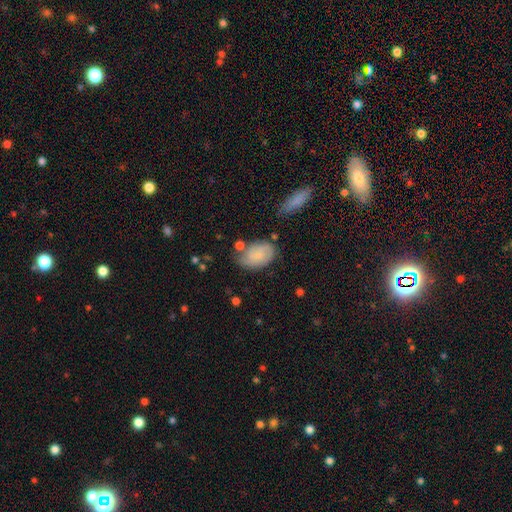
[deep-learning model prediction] Overall: smooth (65%; featured or disk 27%). How rounded: in between (82%). Merging: none (58%; minor disturbance 25%).